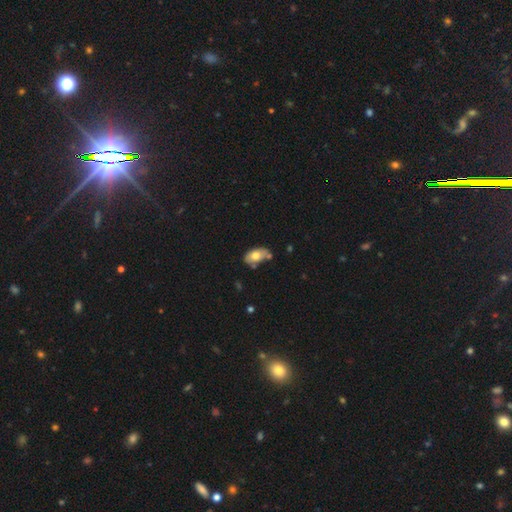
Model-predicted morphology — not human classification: Smooth or featured: smooth — 68% (featured or disk — 24%)
How rounded: in between — 91% (round — 7%)
Merging: none — 54% (minor disturbance — 26%)